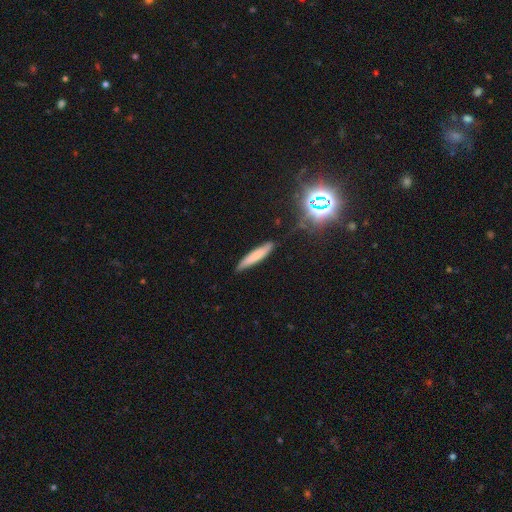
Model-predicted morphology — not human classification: smooth-or-featured: smooth: 72% | featured or disk: 19% | star or artifact: 9%
  how-rounded: cigar-shaped: 89% | in between: 10% | round: 1%
  merging: none: 83% | minor disturbance: 13% | major disturbance: 2% | merger: 2%